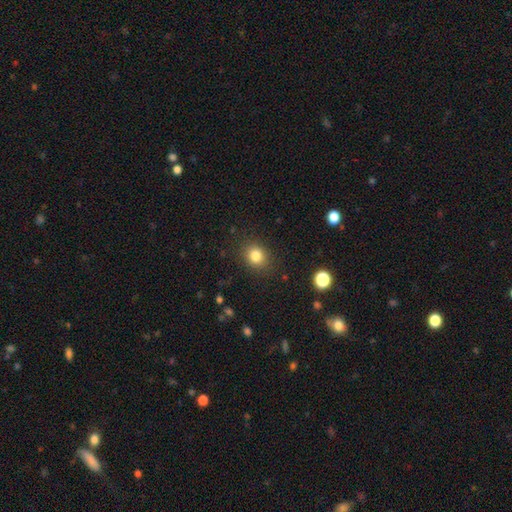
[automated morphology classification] Overall: smooth (82%). How rounded: round (72%). Merging: none (87%).